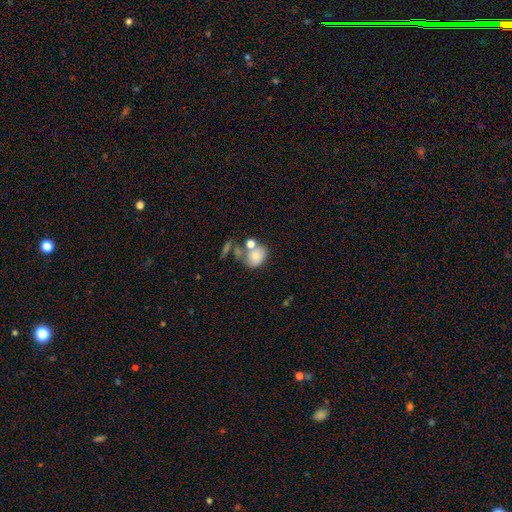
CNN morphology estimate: smooth-or-featured: smooth: 75% | featured or disk: 16% | star or artifact: 9%
  how-rounded: in between: 58% | round: 41% | cigar-shaped: 1%
  merging: none: 38% | merger: 37% | minor disturbance: 15% | major disturbance: 10%